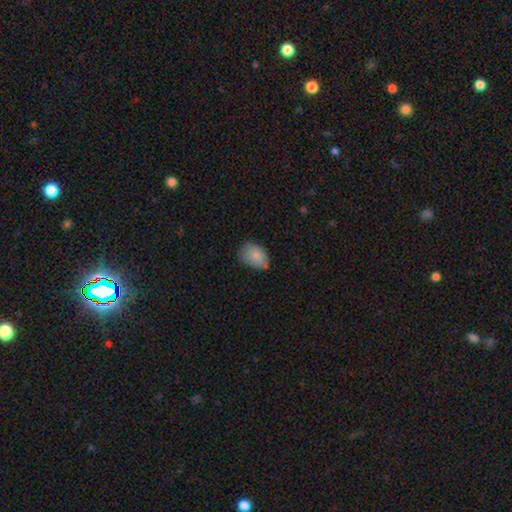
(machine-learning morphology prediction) smooth_or_featured: smooth (p=0.82) [alt: featured or disk p=0.10]
how_rounded: in between (p=0.83) [alt: round p=0.16]
merging: none (p=0.52) [alt: minor disturbance p=0.39]